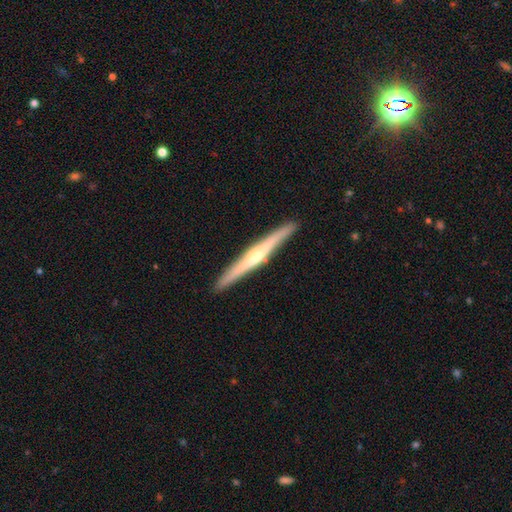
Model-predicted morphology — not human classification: Q: Smooth or featured?
A: featured or disk (76%); runner-up: smooth (19%)
Q: Edge-on disk?
A: yes (98%); runner-up: no (2%)
Q: Edge-on bulge?
A: rounded (84%); runner-up: none (11%)
Q: Merging?
A: none (92%); runner-up: minor disturbance (6%)